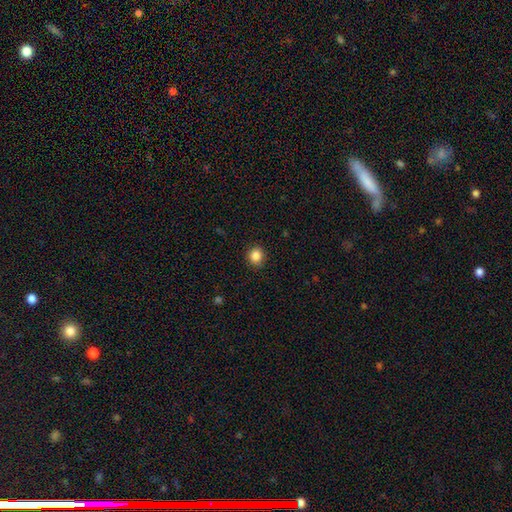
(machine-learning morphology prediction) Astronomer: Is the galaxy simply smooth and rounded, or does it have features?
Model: smooth — 86%.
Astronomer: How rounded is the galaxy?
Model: round — 79%.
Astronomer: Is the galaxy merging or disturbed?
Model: none — 88%.